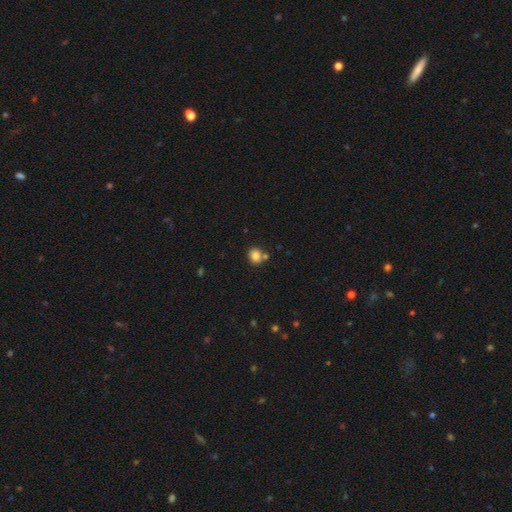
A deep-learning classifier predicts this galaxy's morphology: Overall: smooth (81%). How rounded: round (74%). Merging: none (65%).